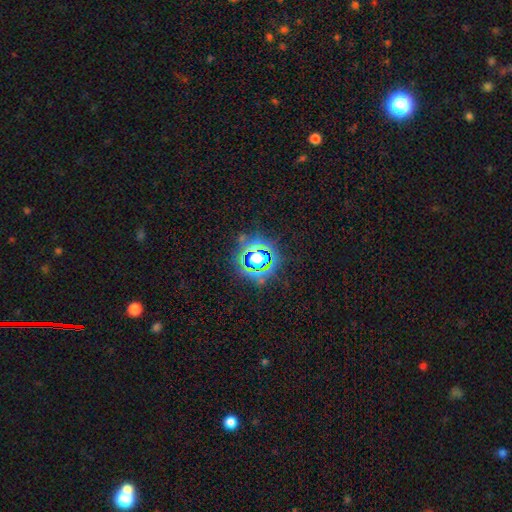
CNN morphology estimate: This appears to be a star or artifact, not a galaxy (63%).